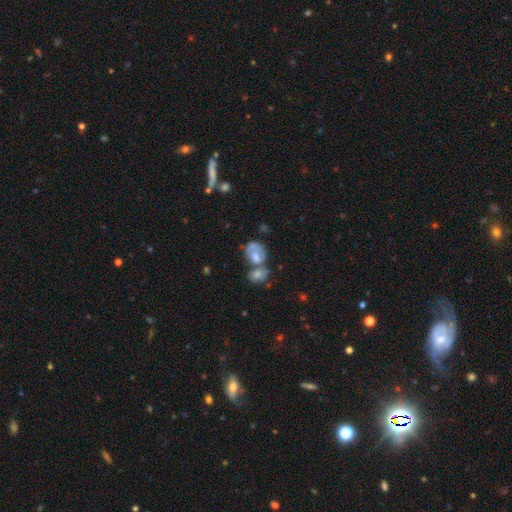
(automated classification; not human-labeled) smooth 56%, featured or disk 35%, star or artifact 9%. Down the decision tree: how rounded — in between (56%); merging — merger (53%).